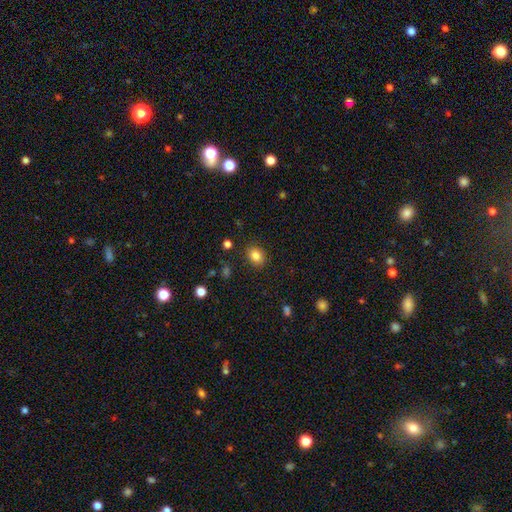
smooth 85%, star or artifact 10%, featured or disk 5%. Down the decision tree: how rounded — in between (61%); merging — none (86%).